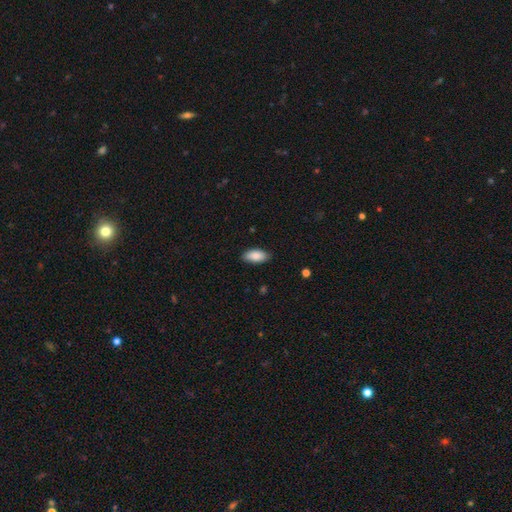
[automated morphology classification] Smooth or featured?
  - smooth: 88% *
  - star or artifact: 6%
  - featured or disk: 6%
How rounded?
  - in between: 92% *
  - cigar-shaped: 6%
  - round: 2%
Merging?
  - none: 85% *
  - minor disturbance: 12%
  - major disturbance: 2%
  - merger: 1%